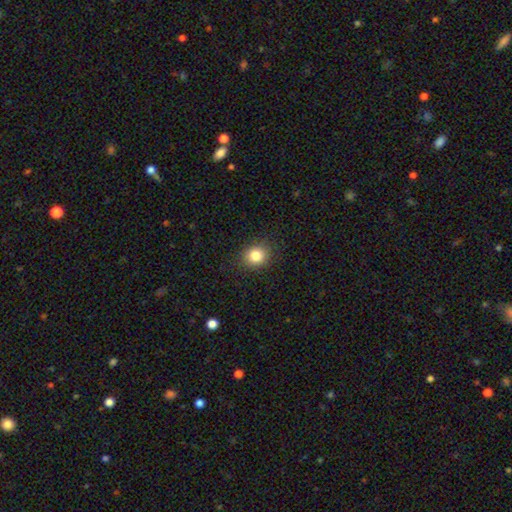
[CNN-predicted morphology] The model was most divided on "how rounded": round: 73%, in between: 26%, cigar-shaped: 1%. More confident: merging — none (89%); smooth or featured — smooth (84%).